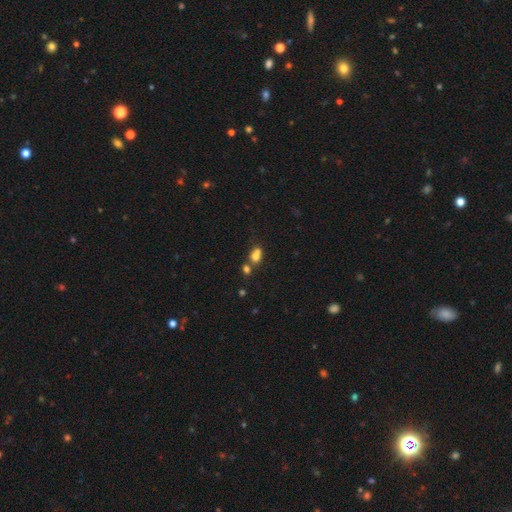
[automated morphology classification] smooth-or-featured: smooth: 70% | featured or disk: 15% | star or artifact: 15%
  how-rounded: round: 54% | in between: 44% | cigar-shaped: 2%
  merging: merger: 56% | none: 31% | minor disturbance: 9% | major disturbance: 5%